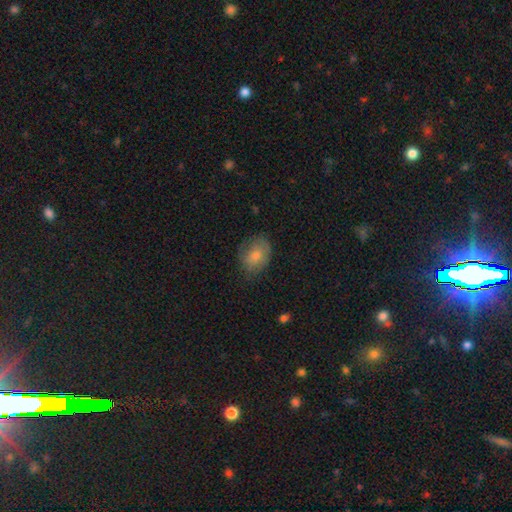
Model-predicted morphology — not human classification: A smooth galaxy with no disk features (69%) that is in between round and cigar-shaped (68%).

Vote fractions:
- Smooth or featured? smooth: 69% / featured or disk: 22% / star or artifact: 9%
- How rounded? in between: 68% / round: 31% / cigar-shaped: 1%
- Merging? none: 70% / minor disturbance: 22% / major disturbance: 6% / merger: 1%